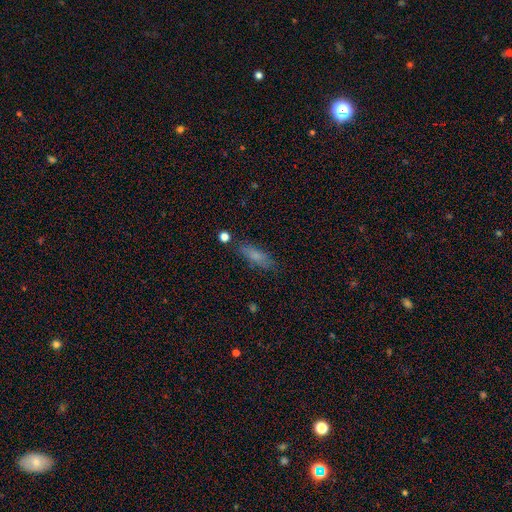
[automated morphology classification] smooth 73%, featured or disk 16%, star or artifact 10%. Down the decision tree: how rounded — cigar-shaped (56%); merging — none (78%).